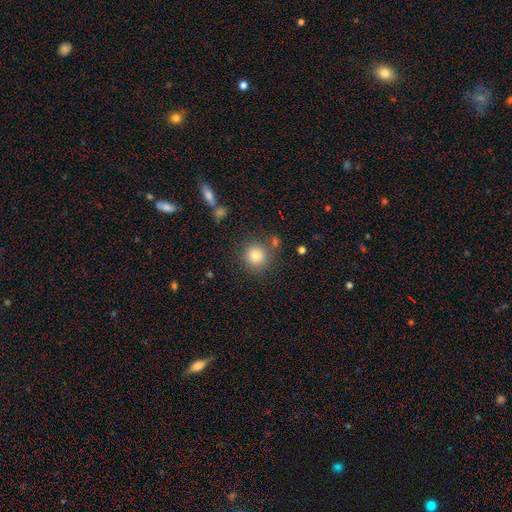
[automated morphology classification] smooth-or-featured: smooth: 80% | star or artifact: 11% | featured or disk: 9%
  how-rounded: round: 92% | in between: 7% | cigar-shaped: 1%
  merging: none: 78% | minor disturbance: 11% | merger: 7% | major disturbance: 4%